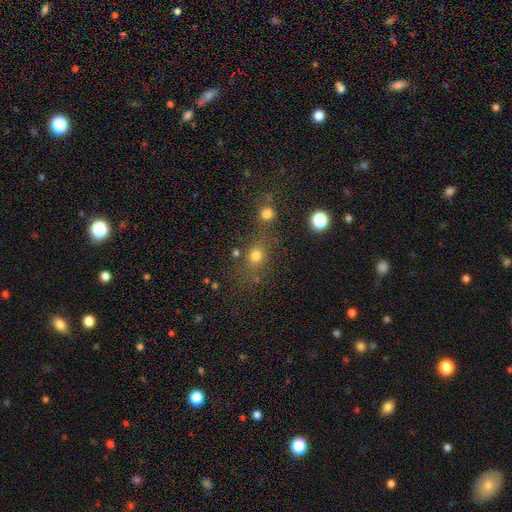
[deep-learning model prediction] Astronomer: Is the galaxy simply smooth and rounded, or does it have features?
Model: smooth — 72%.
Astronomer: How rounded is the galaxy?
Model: round — 69%.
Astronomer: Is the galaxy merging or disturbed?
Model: none — 61%.